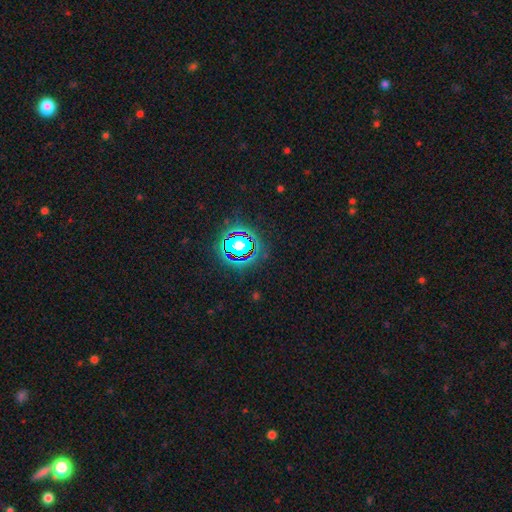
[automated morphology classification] A star or artifact, not a galaxy (80%).